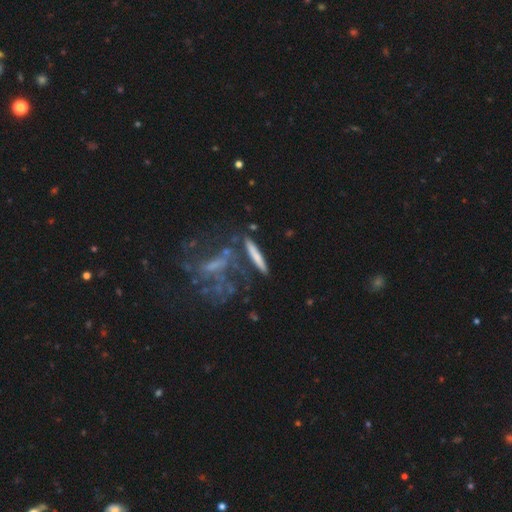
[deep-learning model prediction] A smooth galaxy with no disk features (62%) that is cigar-shaped (90%).

Vote fractions:
- Smooth or featured? smooth: 62% / featured or disk: 30% / star or artifact: 8%
- How rounded? cigar-shaped: 90% / in between: 7% / round: 3%
- Merging? none: 73% / minor disturbance: 13% / merger: 9% / major disturbance: 6%